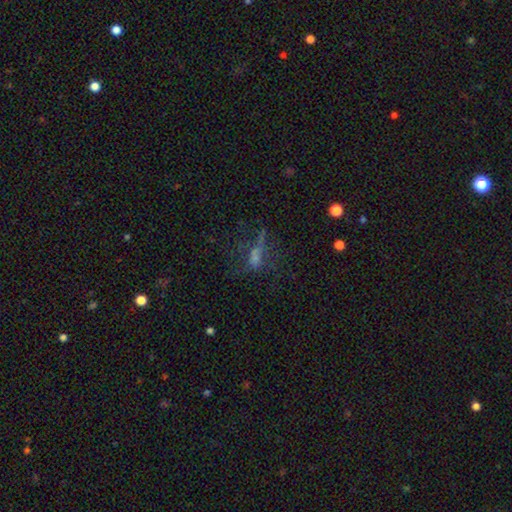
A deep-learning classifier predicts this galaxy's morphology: Smooth or featured? smooth (35%)
Merging? none (38%)